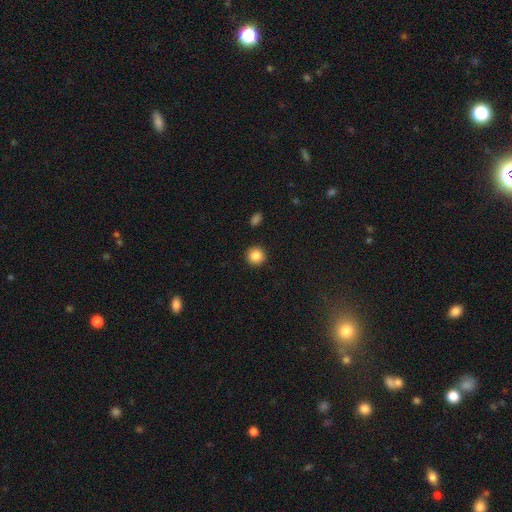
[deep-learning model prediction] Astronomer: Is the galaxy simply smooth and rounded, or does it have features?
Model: smooth — 86%.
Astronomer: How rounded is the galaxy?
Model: round — 95%.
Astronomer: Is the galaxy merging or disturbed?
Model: none — 92%.